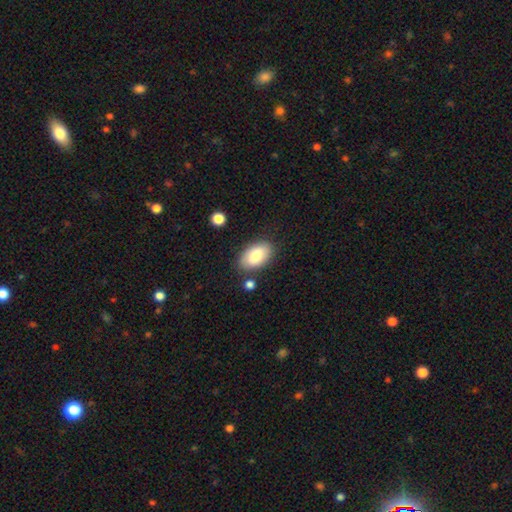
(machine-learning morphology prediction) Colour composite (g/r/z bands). It shows a smooth galaxy with no disk features (83%) that is in between round and cigar-shaped (94%). Merging: none (79%).